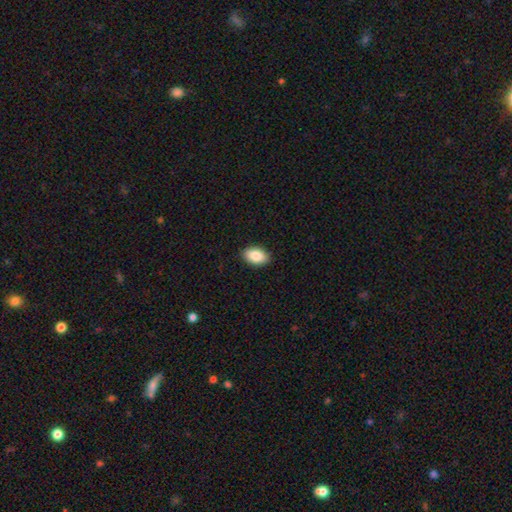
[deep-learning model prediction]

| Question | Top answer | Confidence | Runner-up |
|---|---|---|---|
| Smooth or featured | smooth | 87% | star or artifact (7%) |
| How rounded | in between | 92% | round (7%) |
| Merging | none | 90% | minor disturbance (7%) |